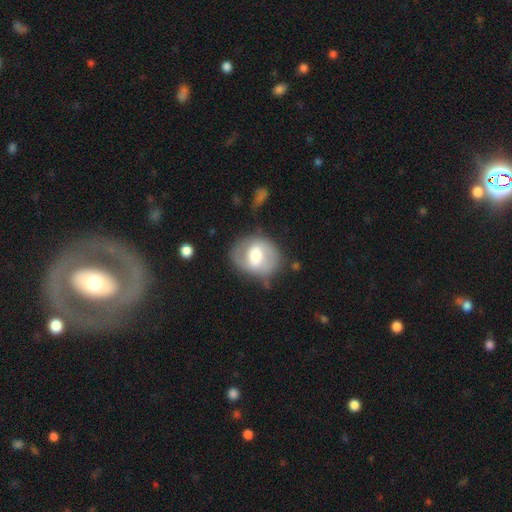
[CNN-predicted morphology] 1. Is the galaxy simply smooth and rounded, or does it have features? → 52% featured or disk, 42% smooth, 6% star or artifact.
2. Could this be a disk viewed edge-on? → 95% no, 5% yes.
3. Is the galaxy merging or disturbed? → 66% none, 21% minor disturbance, 10% major disturbance, 3% merger.